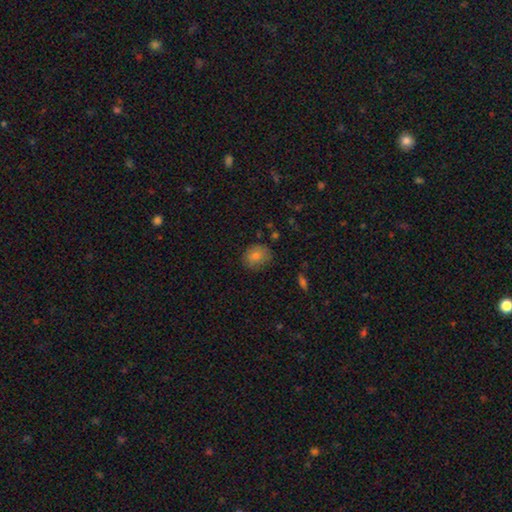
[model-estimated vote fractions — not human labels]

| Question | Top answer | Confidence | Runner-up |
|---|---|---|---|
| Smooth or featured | smooth | 78% | star or artifact (13%) |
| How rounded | round | 54% | in between (45%) |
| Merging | none | 81% | minor disturbance (15%) |